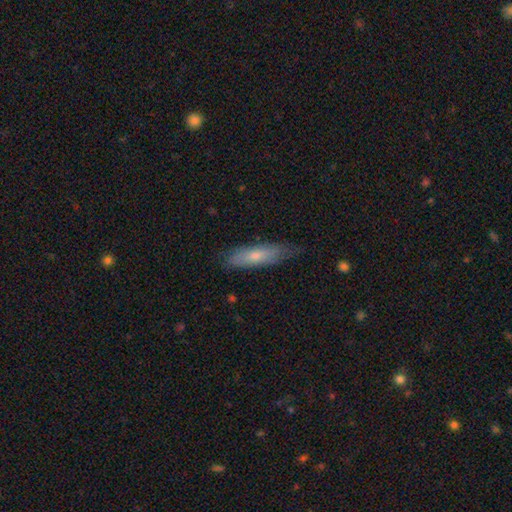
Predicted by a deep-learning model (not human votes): This appears to be a smooth galaxy with no disk features (68%) that is cigar-shaped (66%). Merging: none (71%).